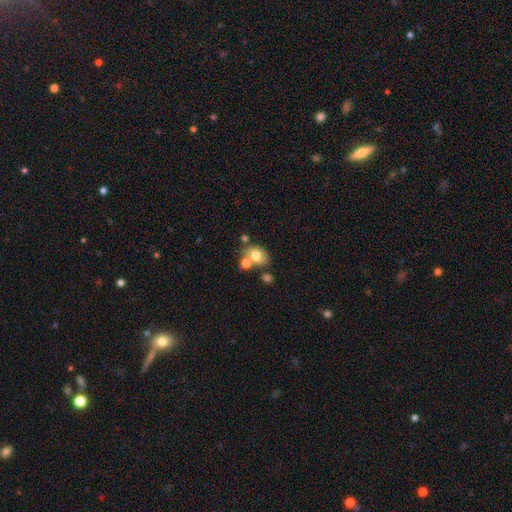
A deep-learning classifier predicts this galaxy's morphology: Smooth or featured? Predicted: smooth (p=0.73). How rounded? Predicted: in between (p=0.54). Merging? Predicted: none (p=0.50).